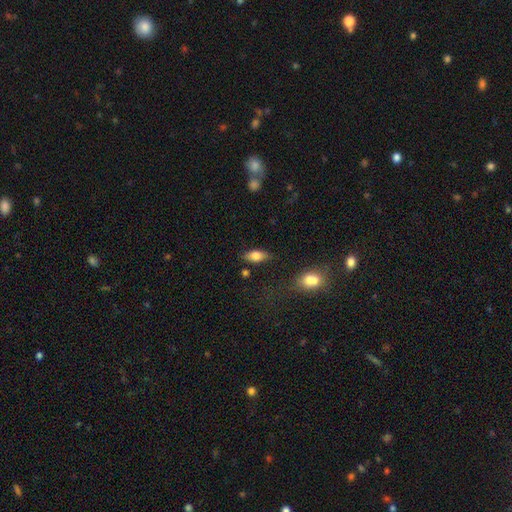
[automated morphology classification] A smooth galaxy with no disk features (77%) that is in between round and cigar-shaped (86%).

Vote fractions:
- Smooth or featured? smooth: 77% / featured or disk: 15% / star or artifact: 8%
- How rounded? in between: 86% / cigar-shaped: 10% / round: 4%
- Merging? none: 80% / minor disturbance: 13% / merger: 4% / major disturbance: 3%